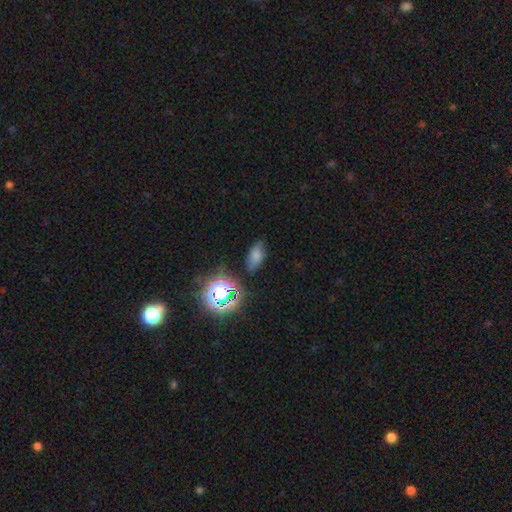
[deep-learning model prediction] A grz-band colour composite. It shows a smooth galaxy with no disk features (54%) that is in between round and cigar-shaped (82%). Merging: none (78%).